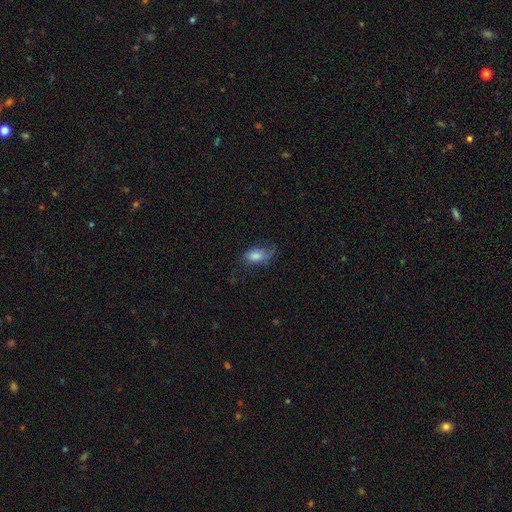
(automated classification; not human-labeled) smooth 71%, featured or disk 19%, star or artifact 10%. Down the decision tree: how rounded — in between (86%); merging — none (46%).